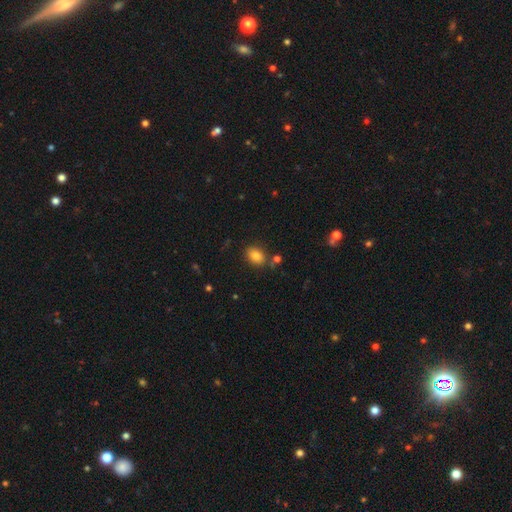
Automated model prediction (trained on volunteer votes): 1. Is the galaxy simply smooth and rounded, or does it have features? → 84% smooth, 10% star or artifact, 6% featured or disk.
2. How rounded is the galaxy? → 70% in between, 29% round, 1% cigar-shaped.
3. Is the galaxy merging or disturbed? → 78% none, 12% minor disturbance, 7% merger, 4% major disturbance.